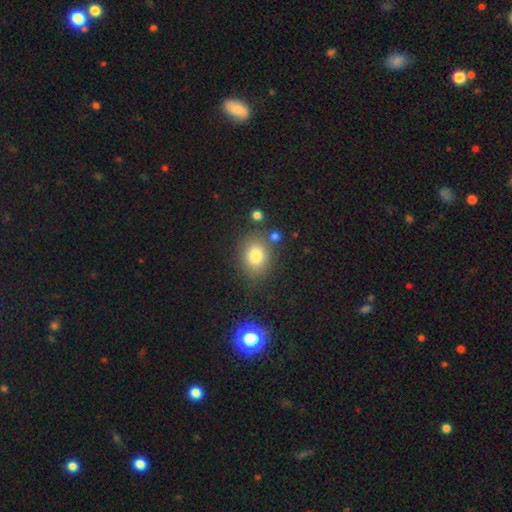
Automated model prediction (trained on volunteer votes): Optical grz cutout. It shows a smooth galaxy with no disk features (79%) that is round (55%). Merging: none (76%).